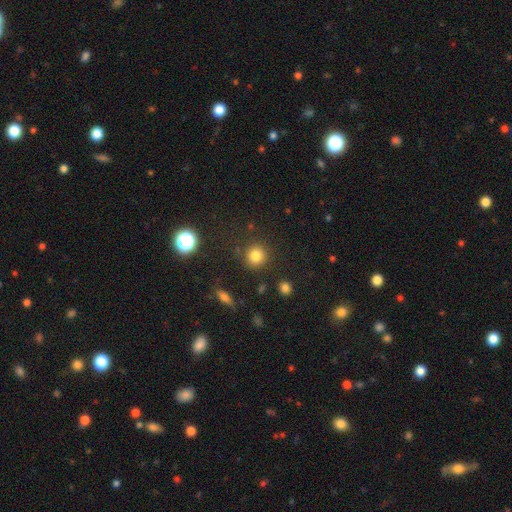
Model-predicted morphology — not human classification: smooth 81%, star or artifact 13%, featured or disk 6%. Down the decision tree: how rounded — round (92%); merging — none (86%).